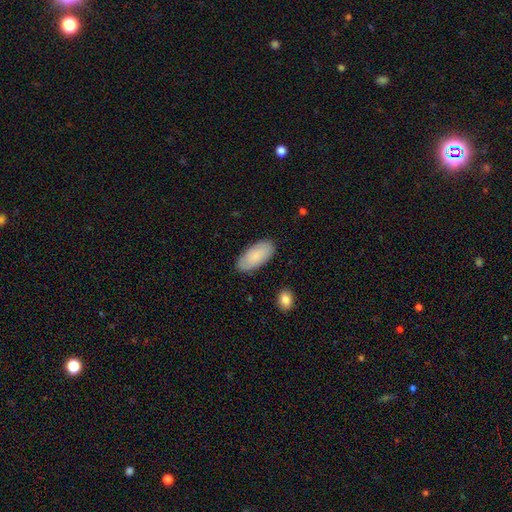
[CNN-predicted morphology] This is clearly a smooth galaxy (84%). How rounded: clearly in between (93%). Merging: clearly none (86%).